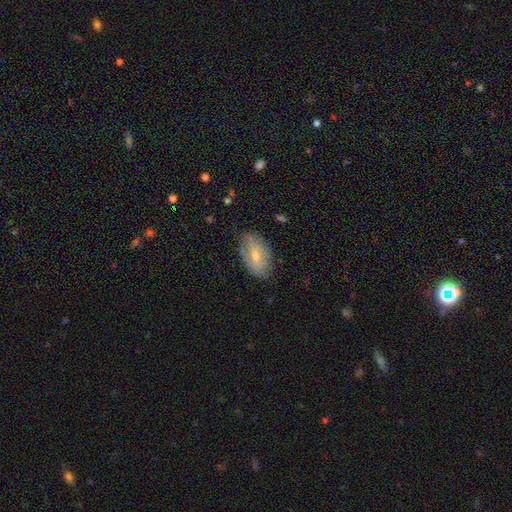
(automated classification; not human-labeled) Smooth or featured? Predicted: smooth (p=0.48). Merging? Predicted: none (p=0.71).